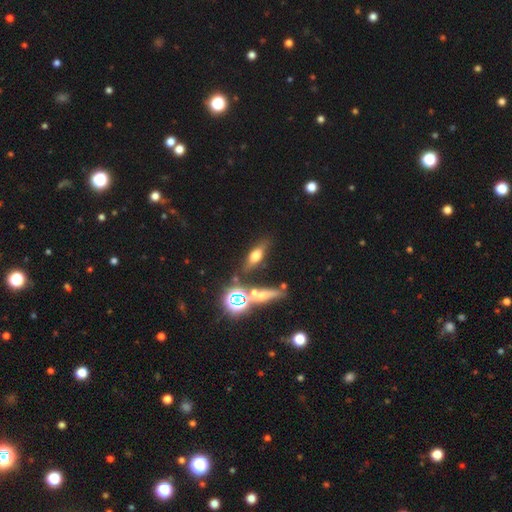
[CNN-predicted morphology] This appears to be a smooth galaxy with no disk features (46%). Merging: none (73%).